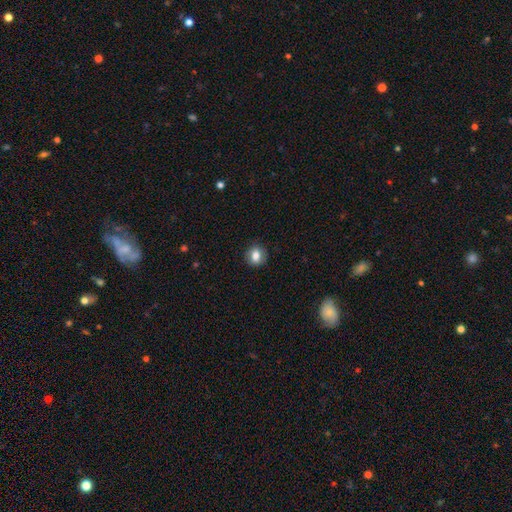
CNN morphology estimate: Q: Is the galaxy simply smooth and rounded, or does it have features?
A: smooth — 78%.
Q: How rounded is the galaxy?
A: round — 62%.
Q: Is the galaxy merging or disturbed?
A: none — 85%.